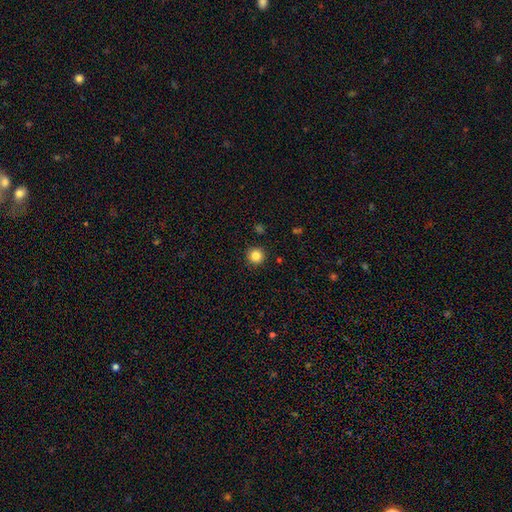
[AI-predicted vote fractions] smooth-or-featured: smooth: 84% | star or artifact: 11% | featured or disk: 5%
  how-rounded: round: 96% | in between: 3% | cigar-shaped: 1%
  merging: none: 92% | minor disturbance: 5% | major disturbance: 2% | merger: 1%